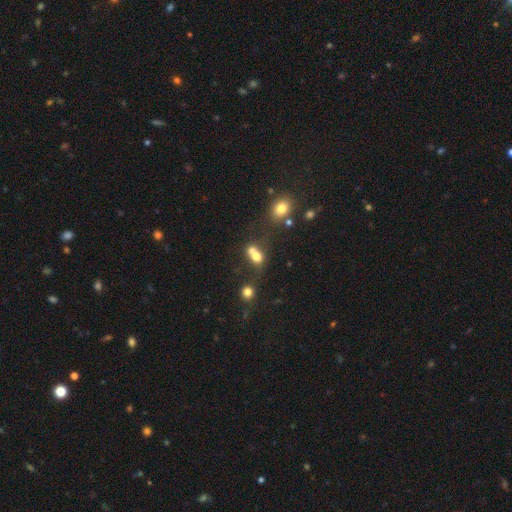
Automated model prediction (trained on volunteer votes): Q: Smooth or featured?
A: smooth (70%); runner-up: featured or disk (15%)
Q: How rounded?
A: round (52%); runner-up: in between (45%)
Q: Merging?
A: merger (59%); runner-up: none (27%)